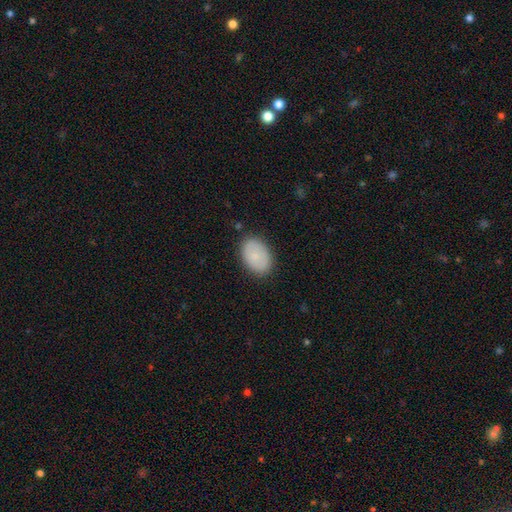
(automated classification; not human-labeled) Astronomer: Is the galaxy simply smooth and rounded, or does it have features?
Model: smooth — 76%.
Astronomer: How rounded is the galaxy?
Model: in between — 86%.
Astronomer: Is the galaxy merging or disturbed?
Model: none — 85%.